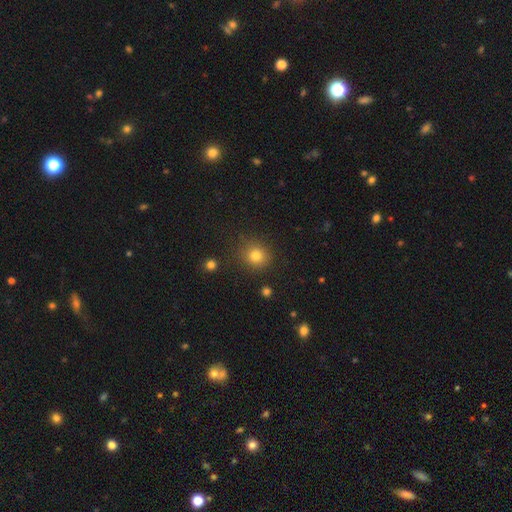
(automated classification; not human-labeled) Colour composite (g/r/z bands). It shows a smooth galaxy with no disk features (80%) that is round (89%). Merging: none (86%).